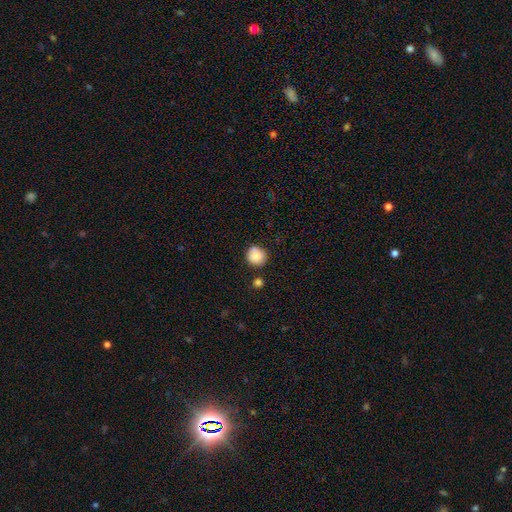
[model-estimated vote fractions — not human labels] A smooth galaxy with no disk features (86%) that is round (91%).

Vote fractions:
- Smooth or featured? smooth: 86% / star or artifact: 9% / featured or disk: 5%
- How rounded? round: 91% / in between: 8% / cigar-shaped: 1%
- Merging? none: 79% / minor disturbance: 11% / merger: 6% / major disturbance: 3%